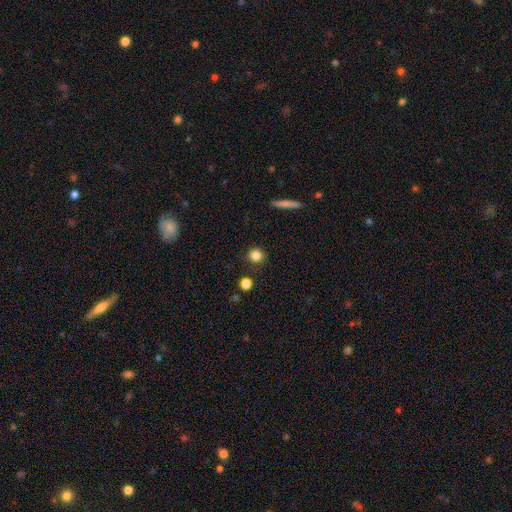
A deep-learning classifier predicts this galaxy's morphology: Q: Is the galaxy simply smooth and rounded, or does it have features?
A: smooth — 84%.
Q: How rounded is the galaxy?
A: round — 91%.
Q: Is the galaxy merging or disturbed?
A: none — 88%.